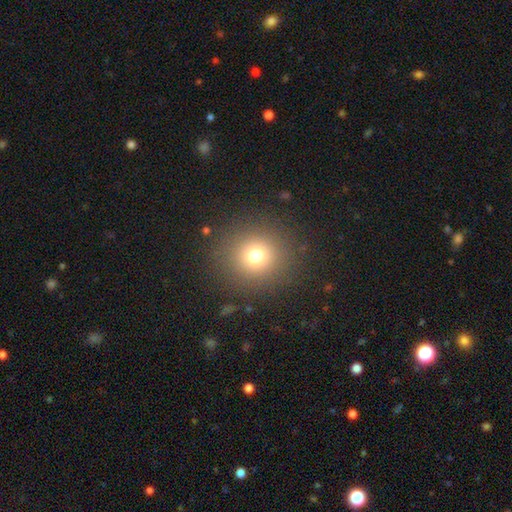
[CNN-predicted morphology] Smooth or featured: smooth — 73% (star or artifact — 17%)
How rounded: round — 93% (in between — 6%)
Merging: none — 88% (minor disturbance — 6%)